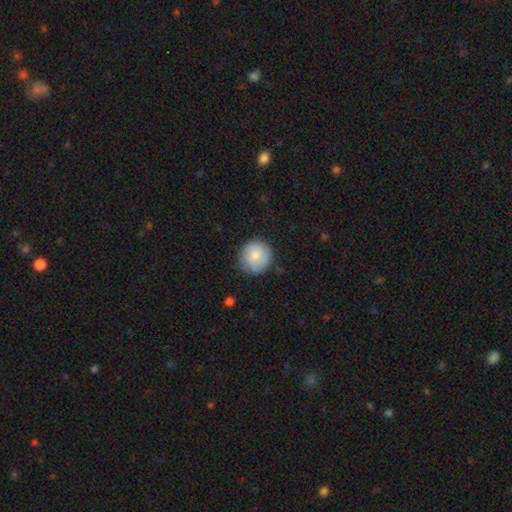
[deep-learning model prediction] A smooth galaxy with no disk features (74%) that is round (91%).

Vote fractions:
- Smooth or featured? smooth: 74% / featured or disk: 20% / star or artifact: 6%
- How rounded? round: 91% / in between: 8% / cigar-shaped: 1%
- Merging? none: 81% / minor disturbance: 15% / major disturbance: 3% / merger: 1%